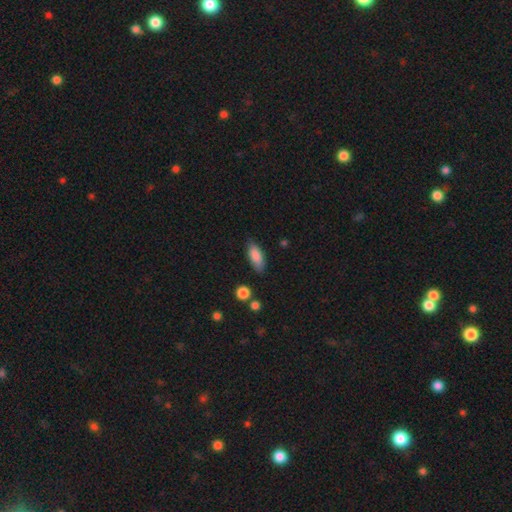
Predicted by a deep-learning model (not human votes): The model was most divided on "how rounded": in between: 78%, cigar-shaped: 19%, round: 2%. More confident: smooth or featured — smooth (86%); merging — none (80%).